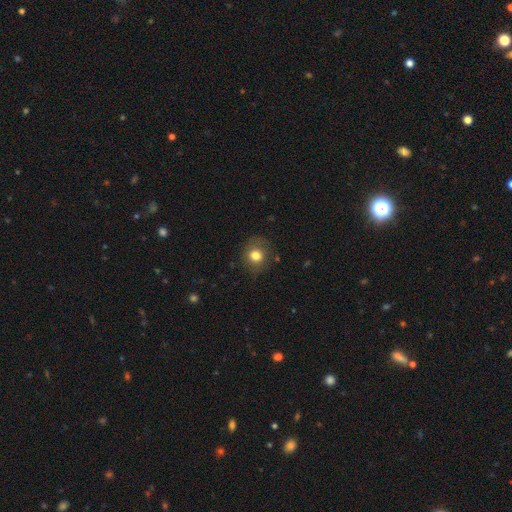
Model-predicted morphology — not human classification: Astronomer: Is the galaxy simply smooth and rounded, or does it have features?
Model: smooth — 77%.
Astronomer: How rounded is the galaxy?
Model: round — 80%.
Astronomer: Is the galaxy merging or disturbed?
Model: none — 80%.